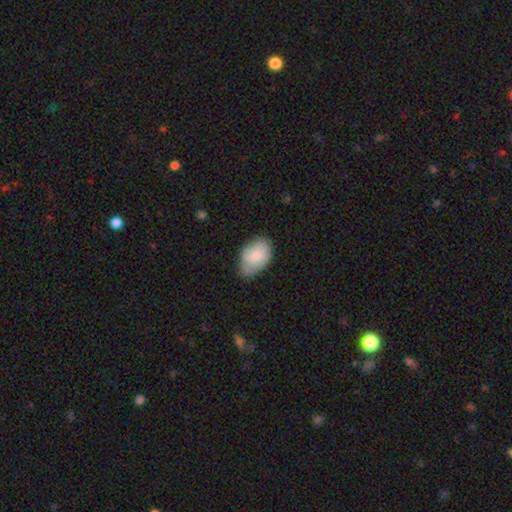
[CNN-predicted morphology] A smooth galaxy with no disk features (64%) that is in between round and cigar-shaped (87%).

Vote fractions:
- Smooth or featured? smooth: 64% / featured or disk: 30% / star or artifact: 6%
- How rounded? in between: 87% / round: 12% / cigar-shaped: 1%
- Merging? none: 59% / minor disturbance: 32% / major disturbance: 7% / merger: 2%